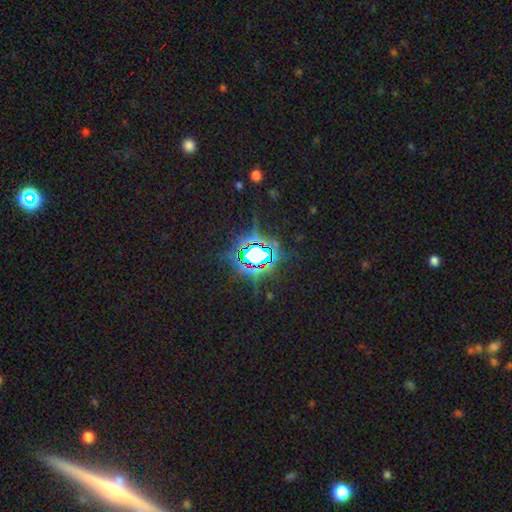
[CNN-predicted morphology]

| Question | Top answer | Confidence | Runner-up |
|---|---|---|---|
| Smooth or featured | star or artifact | 80% | smooth (11%) |